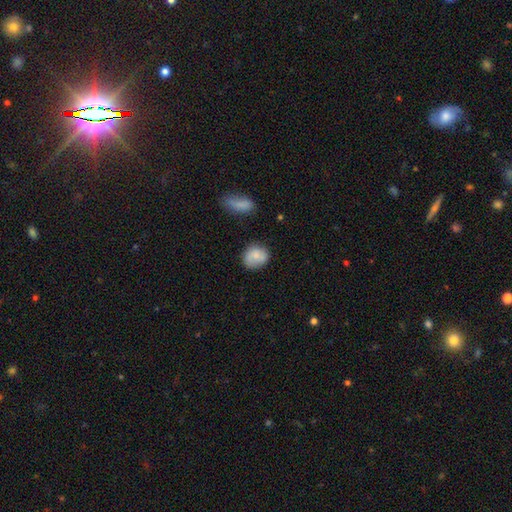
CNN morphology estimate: smooth-or-featured: smooth: 80% | featured or disk: 13% | star or artifact: 8%
  how-rounded: round: 67% | in between: 32% | cigar-shaped: 1%
  merging: none: 71% | minor disturbance: 20% | major disturbance: 5% | merger: 4%